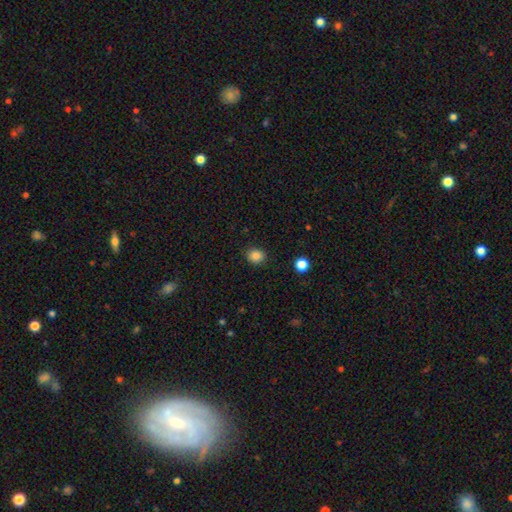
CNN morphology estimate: Overall: smooth (85%). How rounded: round (74%). Merging: none (88%).